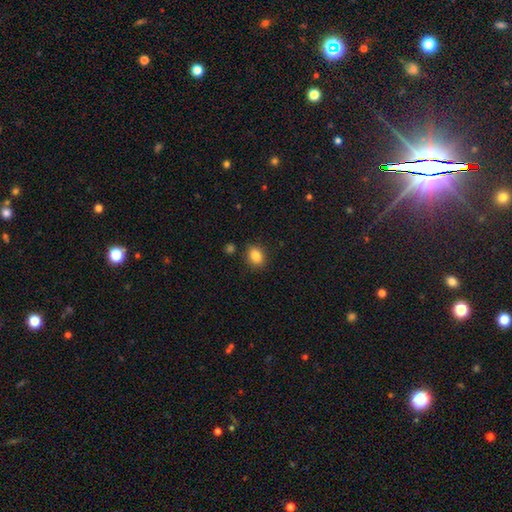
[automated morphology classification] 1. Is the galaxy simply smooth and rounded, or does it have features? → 86% smooth, 10% star or artifact, 4% featured or disk.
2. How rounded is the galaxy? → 63% in between, 36% round, 1% cigar-shaped.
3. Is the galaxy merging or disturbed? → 83% none, 10% minor disturbance, 3% merger, 3% major disturbance.